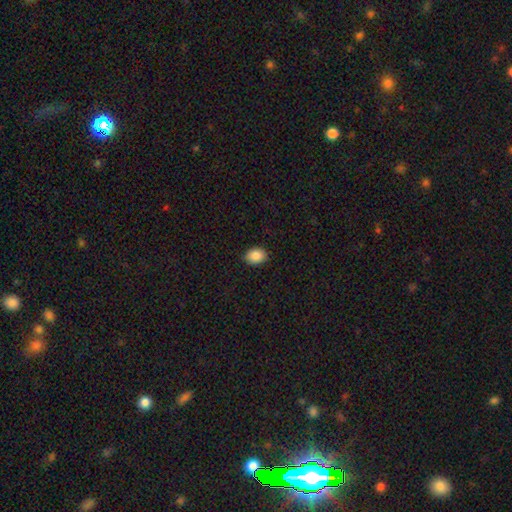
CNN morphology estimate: This appears to be a smooth galaxy with no disk features (88%) that is in between round and cigar-shaped (64%). Merging: none (89%).